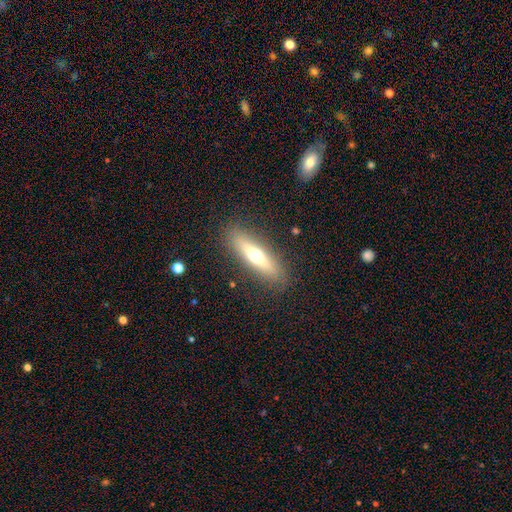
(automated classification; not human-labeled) smooth-or-featured: smooth: 47% | featured or disk: 46% | star or artifact: 7%
  merging: none: 88% | minor disturbance: 8% | major disturbance: 3% | merger: 1%